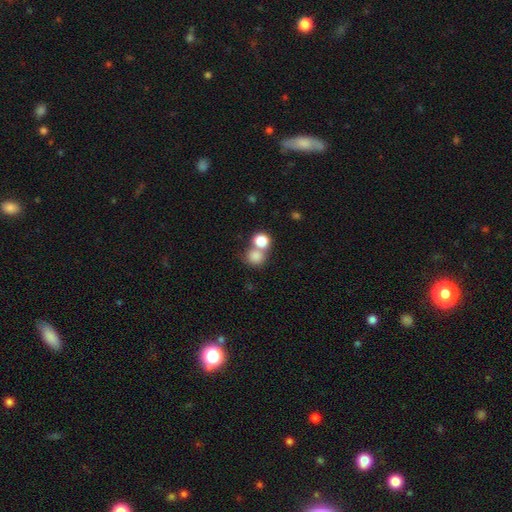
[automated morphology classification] This is likely a smooth galaxy (80%). How rounded: clearly round (81%). Merging: possibly merger (47%).